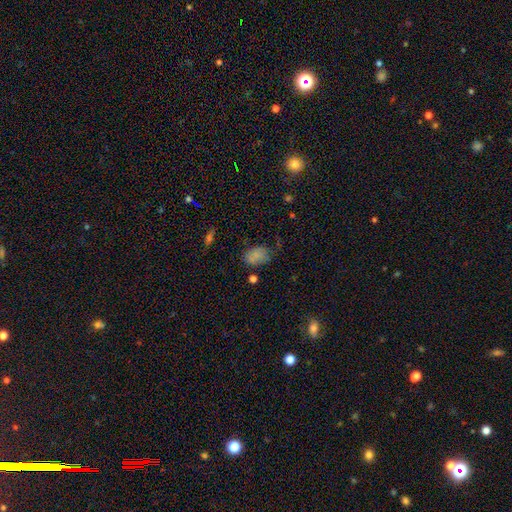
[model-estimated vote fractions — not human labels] Morphology: type=smooth (77%); roundness=in between (81%); merging=none (55%).